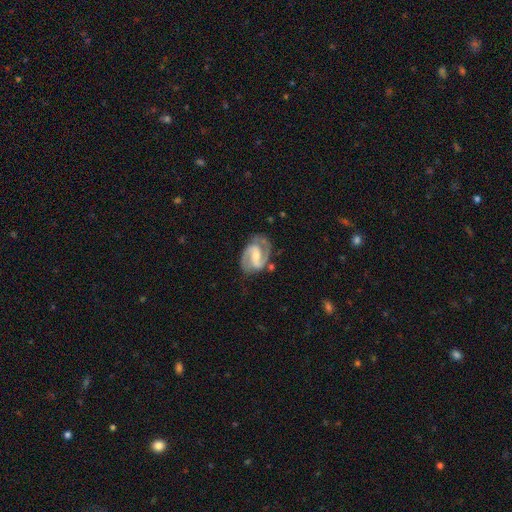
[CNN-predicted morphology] Smooth or featured? featured or disk (90%)
Edge-on disk? no (98%)
Bar? weak (46%)
Spiral arms? yes (98%)
Spiral winding? medium (58%)
Spiral arm count? 2 (93%)
Bulge size? moderate (51%)
Merging? none (77%)